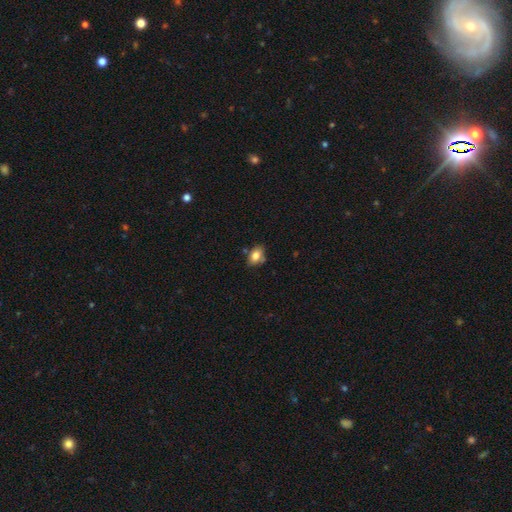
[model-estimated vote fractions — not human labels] This is likely a smooth galaxy (80%). How rounded: clearly in between (81%). Merging: likely none (67%).